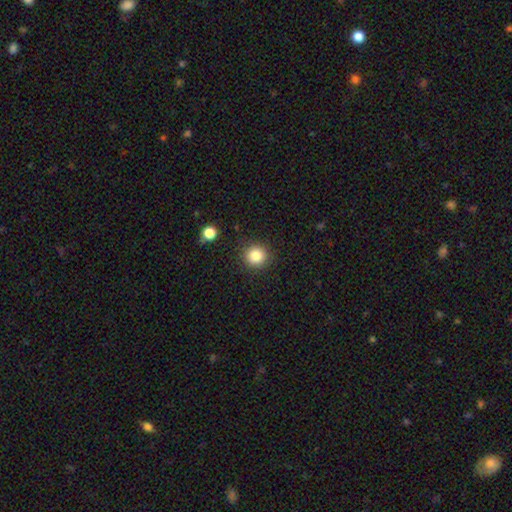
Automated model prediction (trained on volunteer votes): Smooth or featured? smooth (84%)
How rounded? round (92%)
Merging? none (88%)